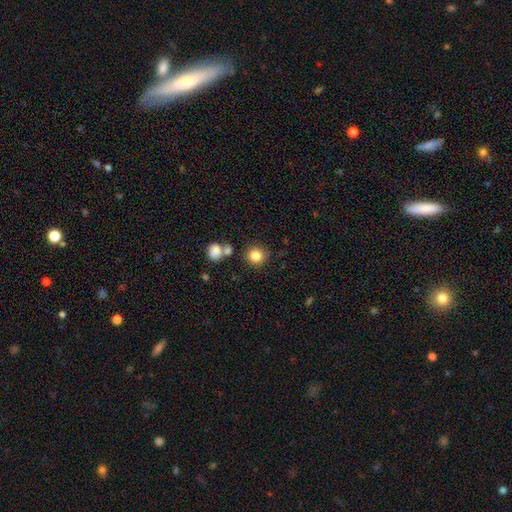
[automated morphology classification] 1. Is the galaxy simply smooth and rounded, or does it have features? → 83% smooth, 11% star or artifact, 6% featured or disk.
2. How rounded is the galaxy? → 91% round, 8% in between, 1% cigar-shaped.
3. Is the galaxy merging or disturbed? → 79% none, 9% merger, 9% minor disturbance, 3% major disturbance.